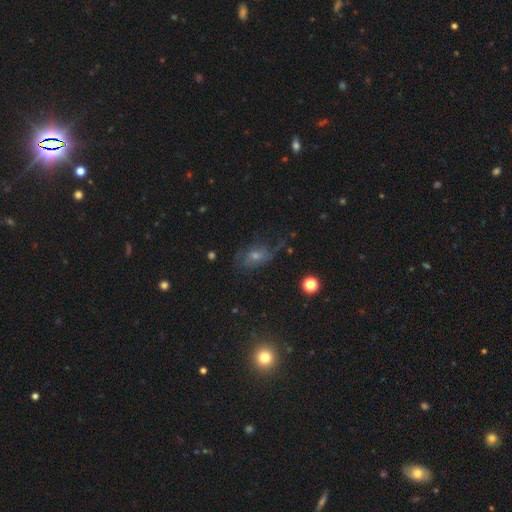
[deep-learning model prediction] This appears to be a featured or disk galaxy (46%). Merging: none (46%).